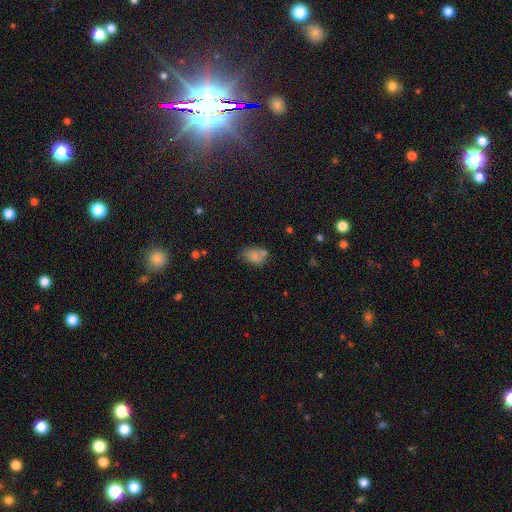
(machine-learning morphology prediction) type=smooth (76%); roundness=in between (80%); merging=none (44%).